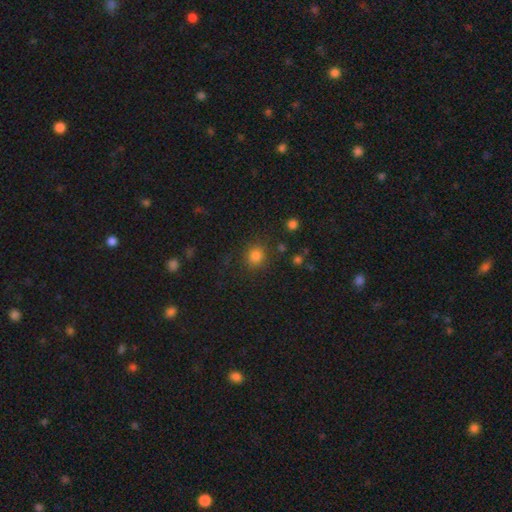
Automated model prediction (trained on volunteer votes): A smooth galaxy with no disk features (82%) that is round (83%). Merging: none (82%).